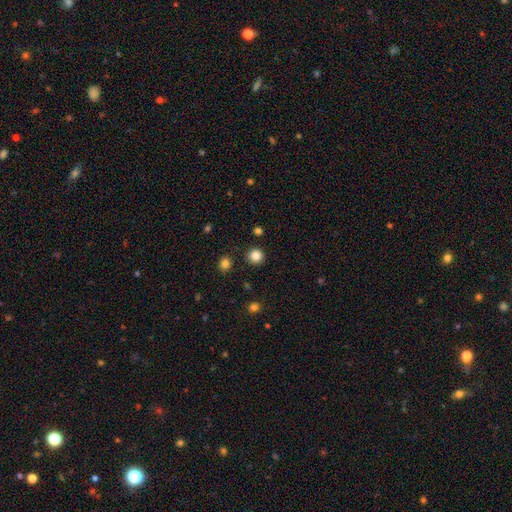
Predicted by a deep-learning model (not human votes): smooth 85%, star or artifact 11%, featured or disk 3%. Down the decision tree: how rounded — round (94%); merging — none (92%).